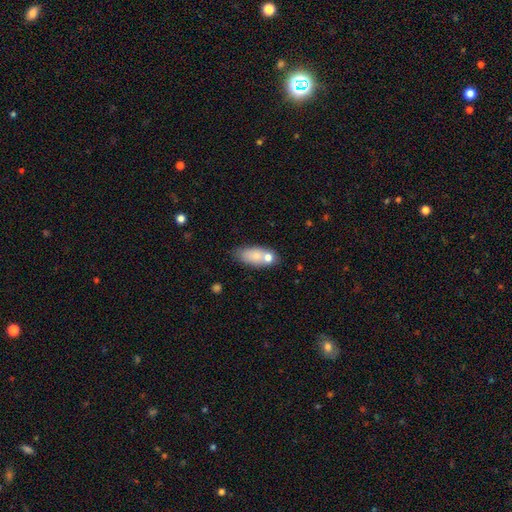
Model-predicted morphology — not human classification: Smooth or featured? Predicted: smooth (p=0.76). How rounded? Predicted: in between (p=0.83). Merging? Predicted: none (p=0.53).